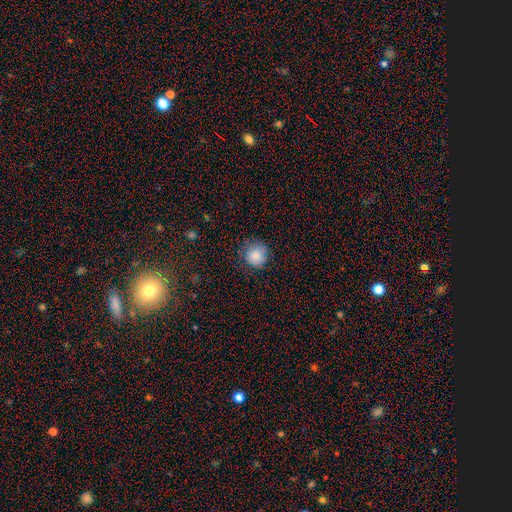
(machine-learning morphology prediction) type=smooth (83%); roundness=round (91%); merging=none (78%).